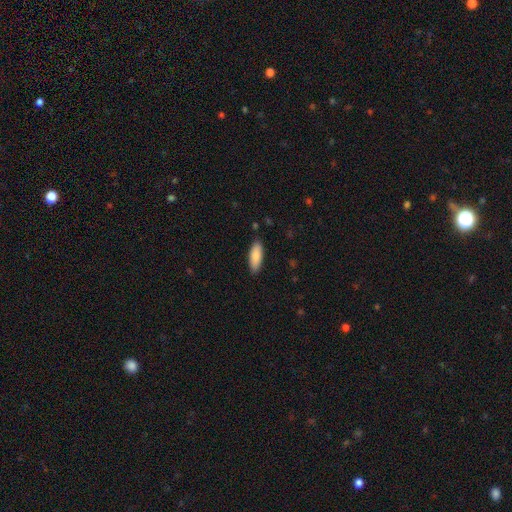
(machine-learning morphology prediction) Overall: smooth (84%). How rounded: in between (66%; cigar-shaped 32%). Merging: none (87%).